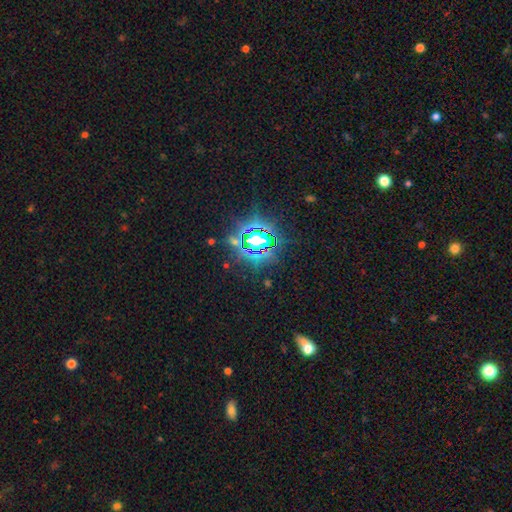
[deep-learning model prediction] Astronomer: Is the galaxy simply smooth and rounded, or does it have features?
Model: star or artifact — 86%.